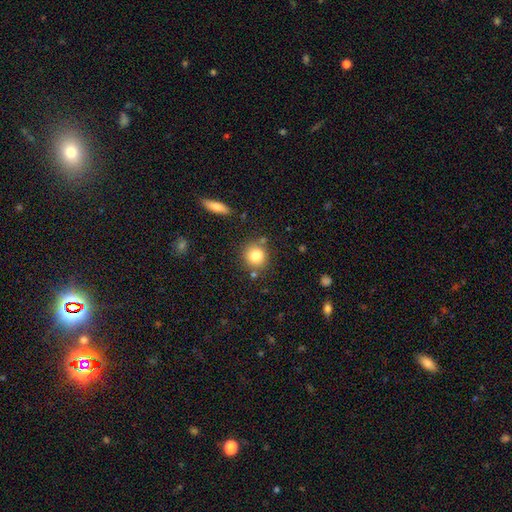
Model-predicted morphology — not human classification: Q: Smooth or featured?
A: smooth (82%); runner-up: star or artifact (10%)
Q: How rounded?
A: round (87%); runner-up: in between (12%)
Q: Merging?
A: none (79%); runner-up: minor disturbance (11%)